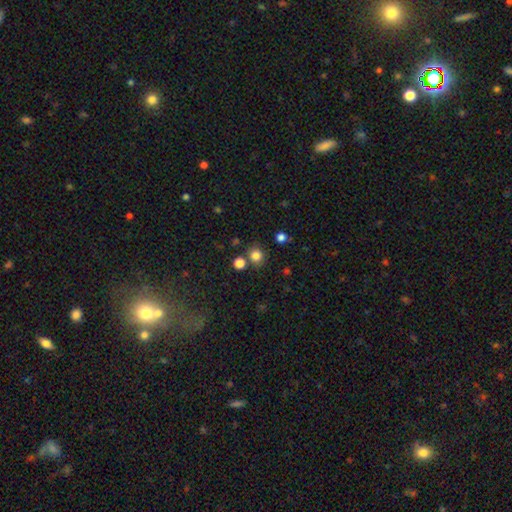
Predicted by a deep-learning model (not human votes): Q: Smooth or featured?
A: smooth (81%); runner-up: star or artifact (14%)
Q: How rounded?
A: round (87%); runner-up: in between (12%)
Q: Merging?
A: none (78%); runner-up: merger (10%)